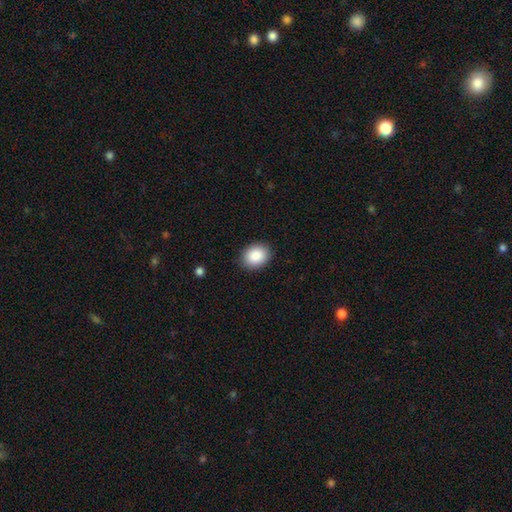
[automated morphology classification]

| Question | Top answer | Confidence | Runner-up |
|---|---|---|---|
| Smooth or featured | smooth | 89% | star or artifact (7%) |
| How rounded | in between | 63% | round (36%) |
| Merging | none | 88% | minor disturbance (9%) |